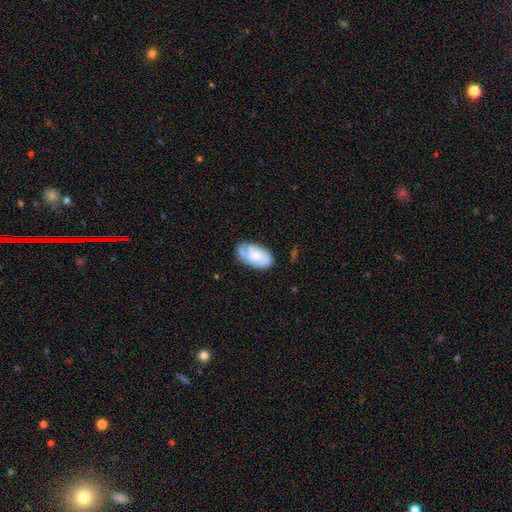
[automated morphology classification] Smooth or featured: smooth — 48% (featured or disk — 45%)
Merging: none — 64% (minor disturbance — 25%)